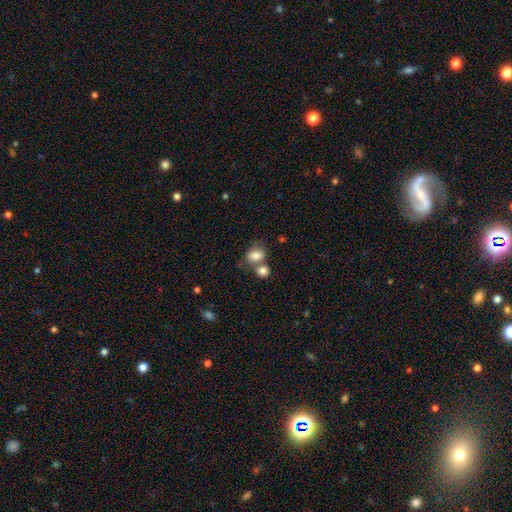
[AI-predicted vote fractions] This is clearly a smooth galaxy (80%). How rounded: likely in between (61%). Merging: marginally none (42%).